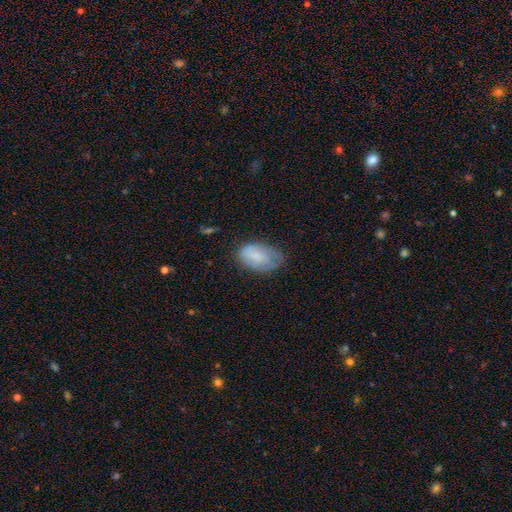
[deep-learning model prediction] Morphology: type=smooth (71%); roundness=in between (92%); merging=none (56%).